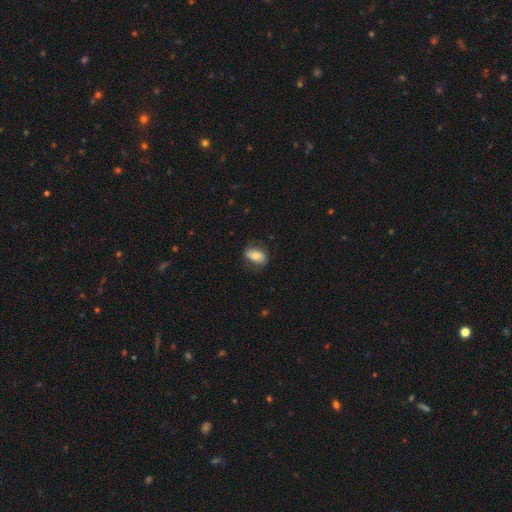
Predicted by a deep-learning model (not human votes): Overall: smooth (64%; featured or disk 28%). How rounded: in between (86%). Merging: none (68%).